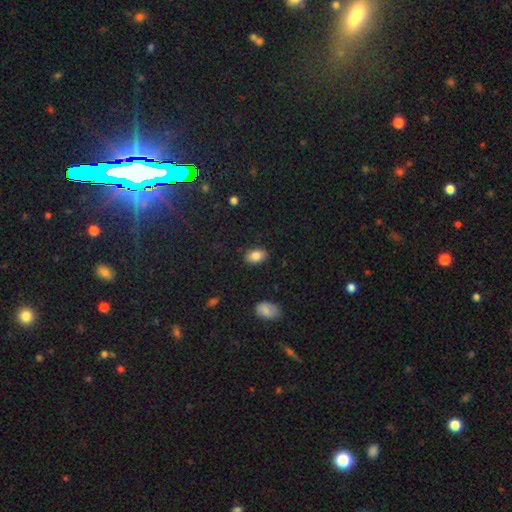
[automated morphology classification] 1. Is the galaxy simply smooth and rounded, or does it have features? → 85% smooth, 8% star or artifact, 7% featured or disk.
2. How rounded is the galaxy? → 88% in between, 10% round, 1% cigar-shaped.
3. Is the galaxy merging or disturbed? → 86% none, 10% minor disturbance, 2% major disturbance, 1% merger.